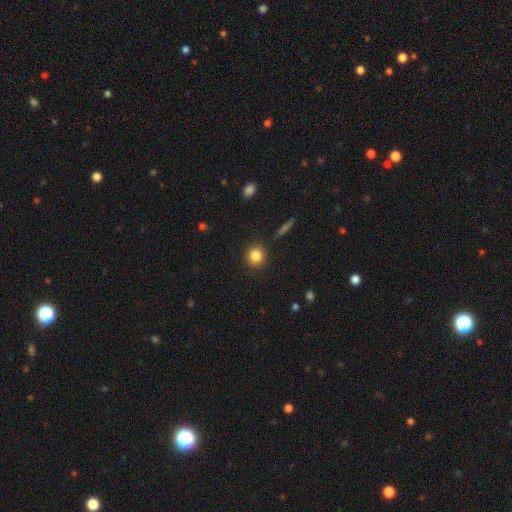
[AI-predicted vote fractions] This is clearly a smooth galaxy (84%). How rounded: clearly round (89%). Merging: clearly none (91%).